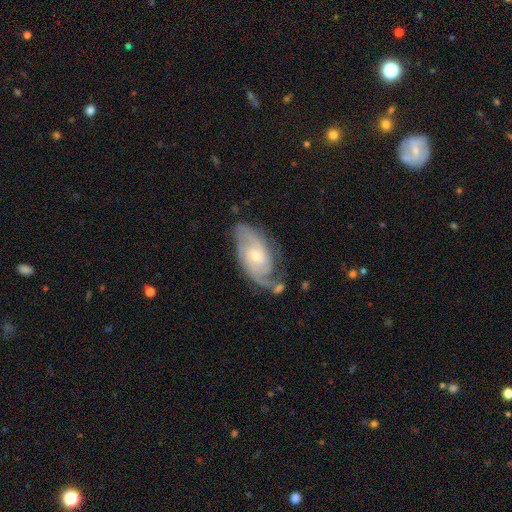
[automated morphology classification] type=featured or disk (86%); edge-on=no (96%); bar=no (60%); spiral arms=yes (97%); winding=tight (49%); arm count=2 (64%); bulge=small (59%); merging=none (64%).